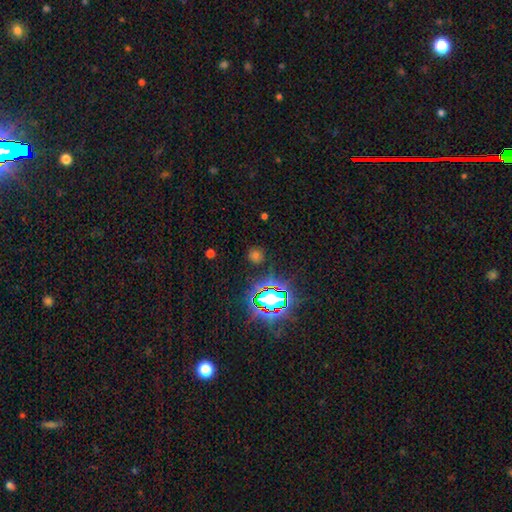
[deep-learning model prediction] Smooth or featured?
  - smooth: 51% *
  - star or artifact: 42%
  - featured or disk: 7%
How rounded?
  - round: 87% *
  - in between: 11%
  - cigar-shaped: 2%
Merging?
  - none: 85% *
  - minor disturbance: 8%
  - major disturbance: 3%
  - merger: 3%